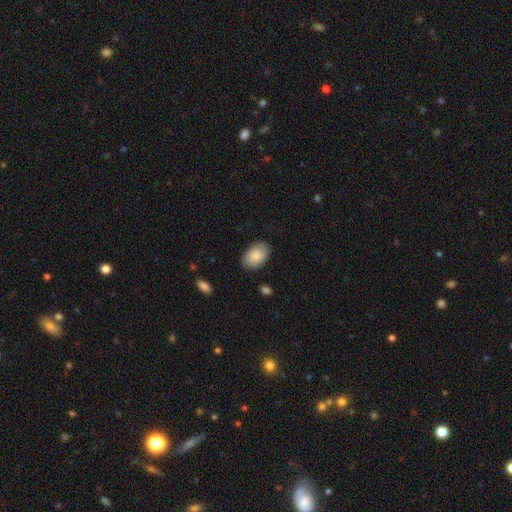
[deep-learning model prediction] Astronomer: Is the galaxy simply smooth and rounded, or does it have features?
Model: smooth — 84%.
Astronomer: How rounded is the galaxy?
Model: in between — 91%.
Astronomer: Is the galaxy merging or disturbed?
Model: none — 83%.